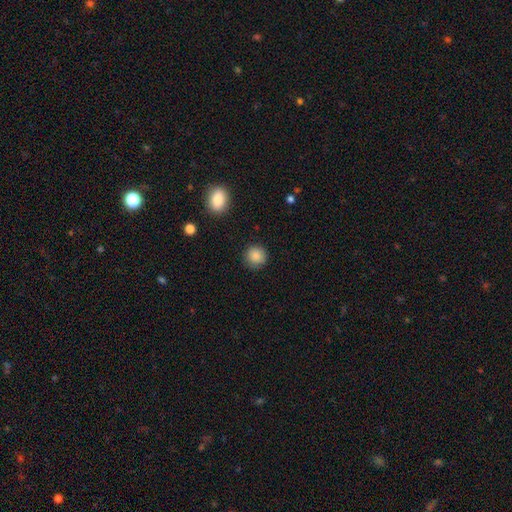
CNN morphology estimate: smooth_or_featured: smooth (p=0.87) [alt: star or artifact p=0.09]
how_rounded: round (p=0.92) [alt: in between p=0.07]
merging: none (p=0.89) [alt: minor disturbance p=0.07]